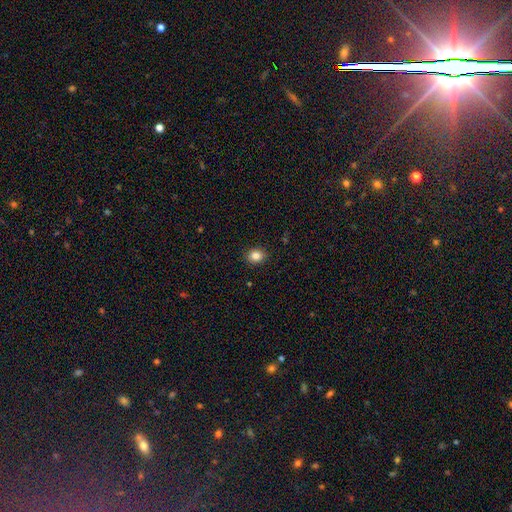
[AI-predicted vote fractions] Smooth or featured? Predicted: smooth (p=0.84). How rounded? Predicted: round (p=0.65). Merging? Predicted: none (p=0.90).